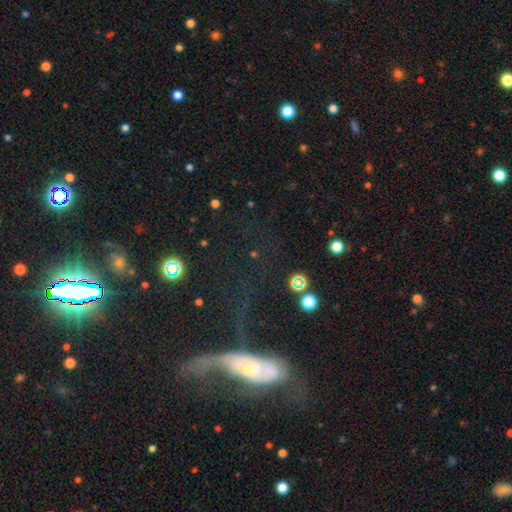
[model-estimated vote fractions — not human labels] Smooth or featured: featured or disk — 42% (star or artifact — 31%)
Merging: major disturbance — 35% (none — 31%)